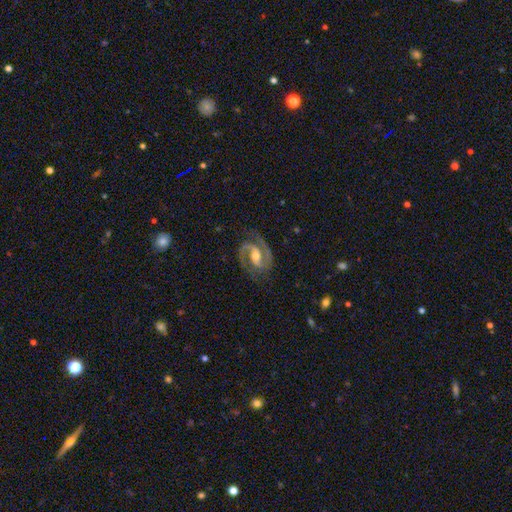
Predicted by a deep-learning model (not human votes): Morphology: type=featured or disk (92%); edge-on=no (98%); bar=weak (44%); spiral arms=yes (98%); winding=medium (59%); arm count=2 (93%); bulge=moderate (67%); merging=none (80%).